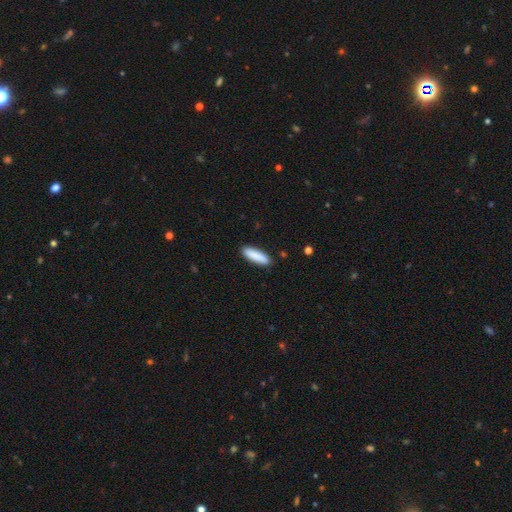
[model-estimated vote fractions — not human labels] This is clearly a smooth galaxy (89%). How rounded: possibly cigar-shaped (59%). Merging: clearly none (90%).